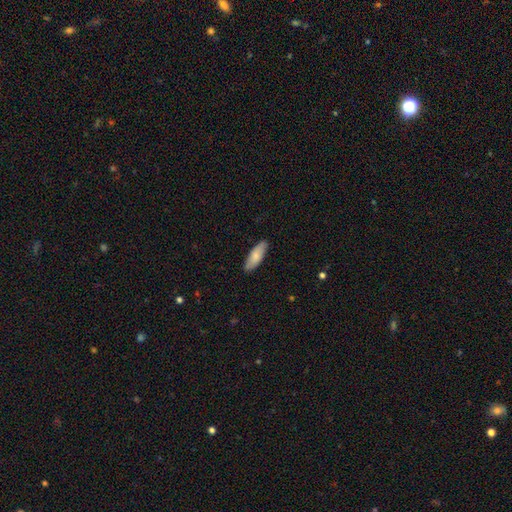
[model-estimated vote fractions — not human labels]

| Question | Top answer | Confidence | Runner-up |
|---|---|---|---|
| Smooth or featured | smooth | 79% | featured or disk (16%) |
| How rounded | in between | 60% | cigar-shaped (38%) |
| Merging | none | 87% | minor disturbance (10%) |